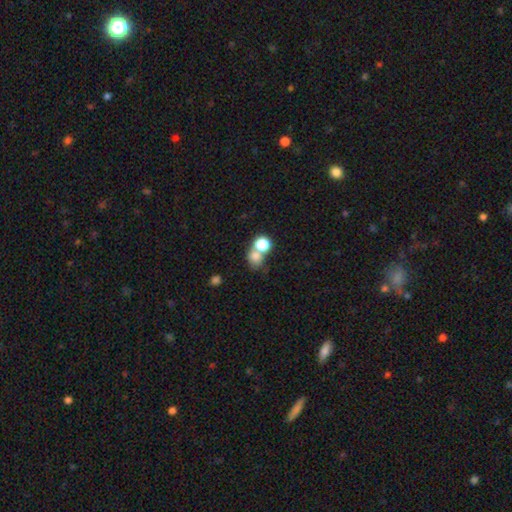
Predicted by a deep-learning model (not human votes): A smooth galaxy with no disk features (74%) that is round (65%). Merging: merger (47%).